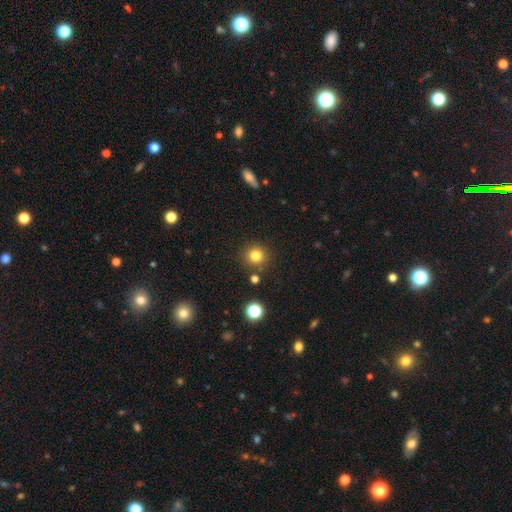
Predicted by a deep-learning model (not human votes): Smooth or featured: smooth — 81% (star or artifact — 14%)
How rounded: round — 92% (in between — 7%)
Merging: none — 86% (minor disturbance — 7%)